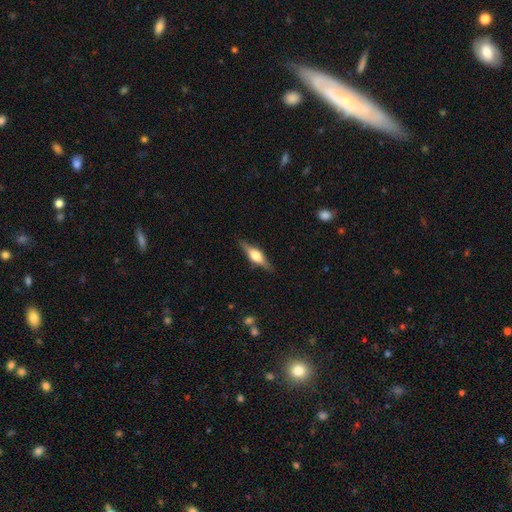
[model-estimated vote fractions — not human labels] Overall: featured or disk (66%; smooth 27%). Edge-on disk: yes (96%). Edge-on bulge: rounded (89%). Merging: none (87%).